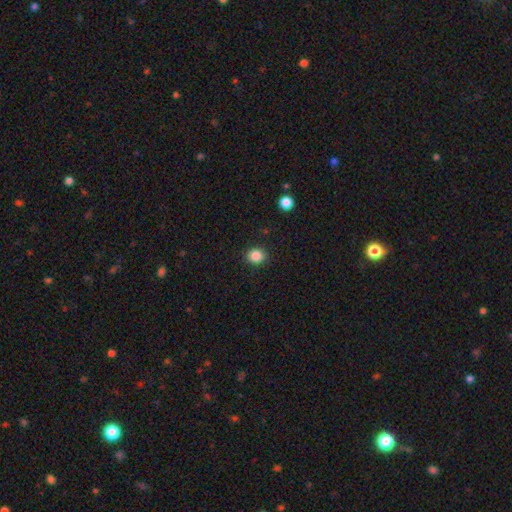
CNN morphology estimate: Smooth or featured: smooth — 86% (star or artifact — 10%)
How rounded: round — 75% (in between — 24%)
Merging: none — 89% (minor disturbance — 7%)